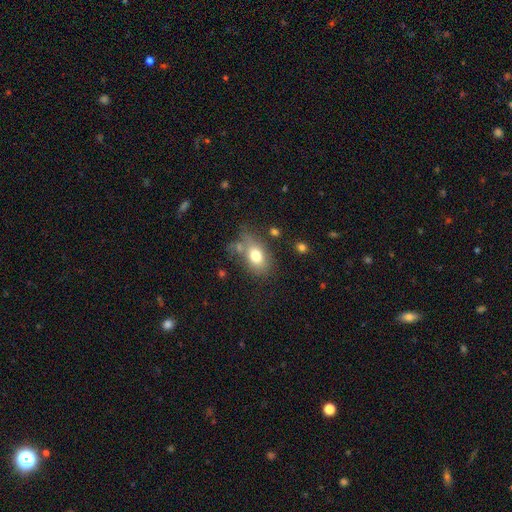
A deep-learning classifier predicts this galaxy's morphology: Overall: smooth (76%). How rounded: in between (81%). Merging: none (58%; minor disturbance 22%).